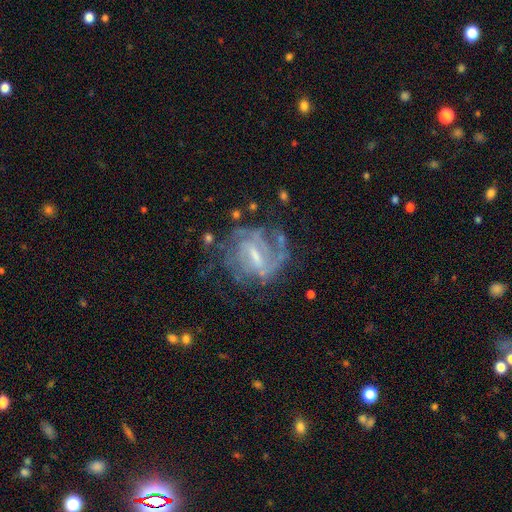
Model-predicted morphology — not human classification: A featured or disk galaxy (83%) with a weak bar (51%), tight (51%) spiral arms (89%) and a small central bulge (44%). Merging: none (57%).